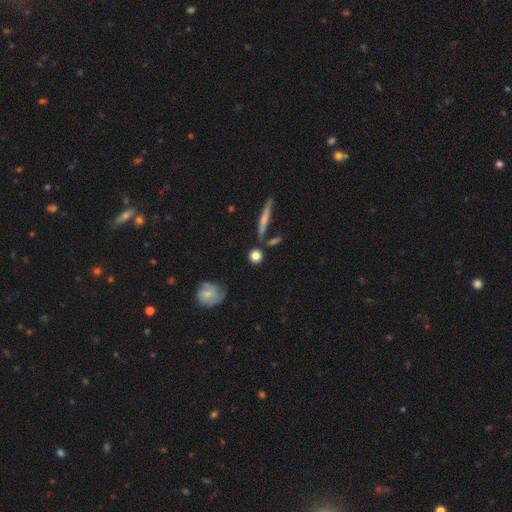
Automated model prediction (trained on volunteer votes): smooth 80%, featured or disk 12%, star or artifact 8%. Down the decision tree: how rounded — round (85%); merging — none (75%).